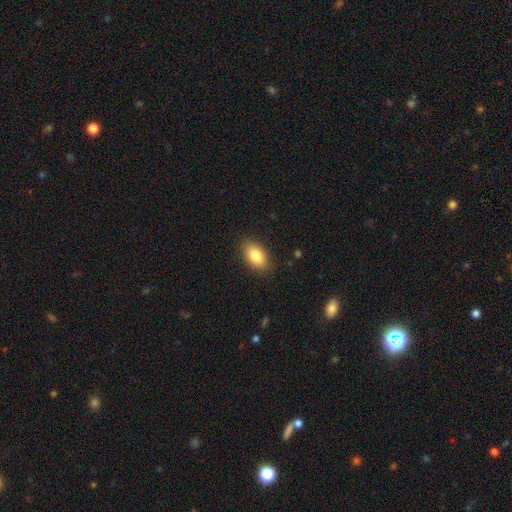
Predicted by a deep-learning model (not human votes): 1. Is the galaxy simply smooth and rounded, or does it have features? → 83% smooth, 10% featured or disk, 7% star or artifact.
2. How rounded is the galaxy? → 91% in between, 6% round, 4% cigar-shaped.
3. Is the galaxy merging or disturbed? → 87% none, 10% minor disturbance, 2% major disturbance, 1% merger.